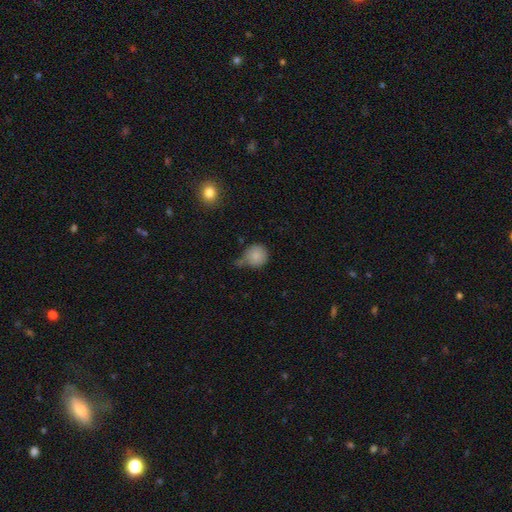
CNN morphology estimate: This is clearly a smooth galaxy (85%). How rounded: clearly round (90%). Merging: possibly none (51%).